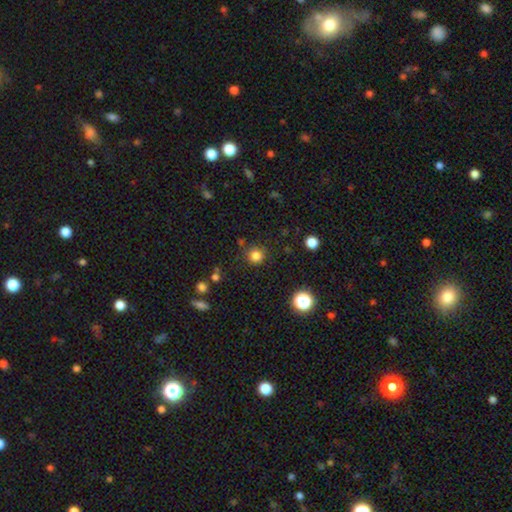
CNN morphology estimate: A smooth galaxy with no disk features (82%) that is round (92%).

Vote fractions:
- Smooth or featured? smooth: 82% / star or artifact: 14% / featured or disk: 4%
- How rounded? round: 92% / in between: 7% / cigar-shaped: 1%
- Merging? none: 85% / minor disturbance: 9% / major disturbance: 3% / merger: 3%